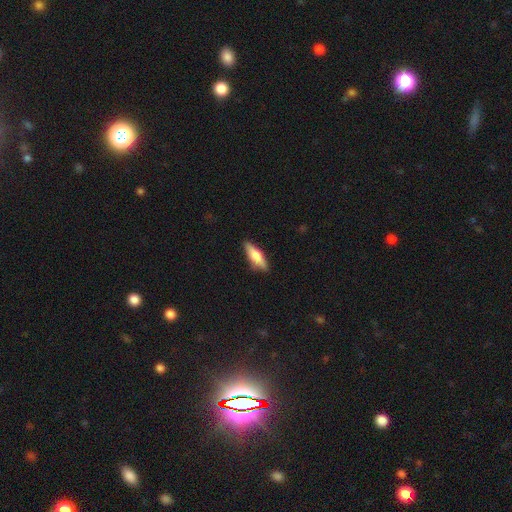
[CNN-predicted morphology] Smooth or featured? Predicted: smooth (p=0.60). How rounded? Predicted: cigar-shaped (p=0.56). Merging? Predicted: none (p=0.86).